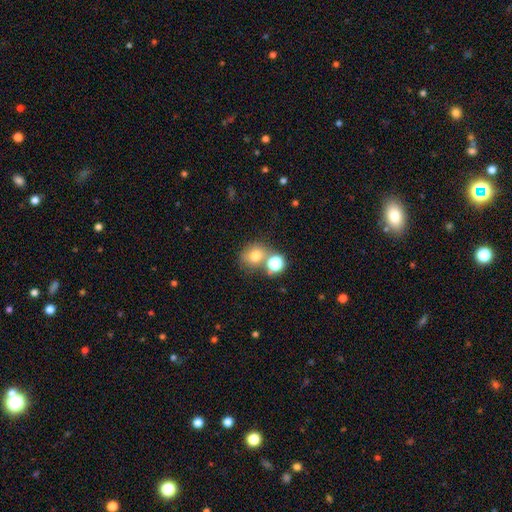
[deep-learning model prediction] Smooth or featured: smooth — 73% (star or artifact — 16%)
How rounded: round — 73% (in between — 26%)
Merging: none — 54% (merger — 30%)